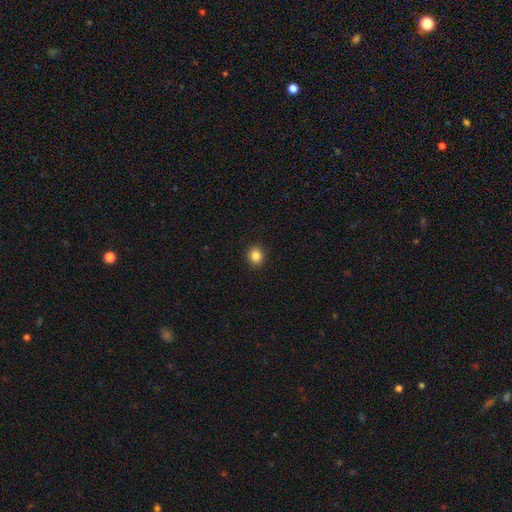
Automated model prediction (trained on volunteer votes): The model was most divided on "how rounded": round: 84%, in between: 15%, cigar-shaped: 1%. More confident: merging — none (92%); smooth or featured — smooth (85%).